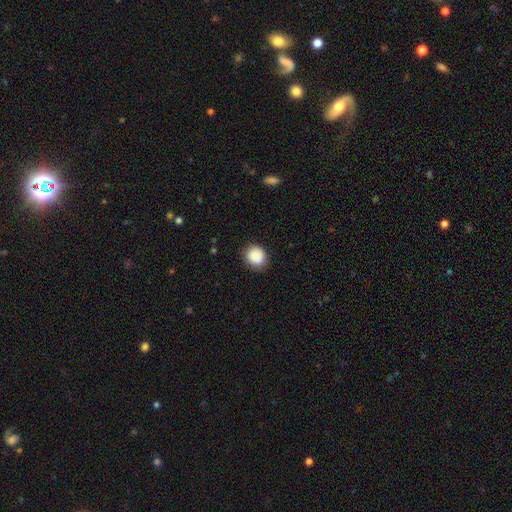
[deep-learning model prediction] Q: Smooth or featured?
A: smooth (87%); runner-up: star or artifact (8%)
Q: How rounded?
A: round (84%); runner-up: in between (15%)
Q: Merging?
A: none (84%); runner-up: minor disturbance (12%)